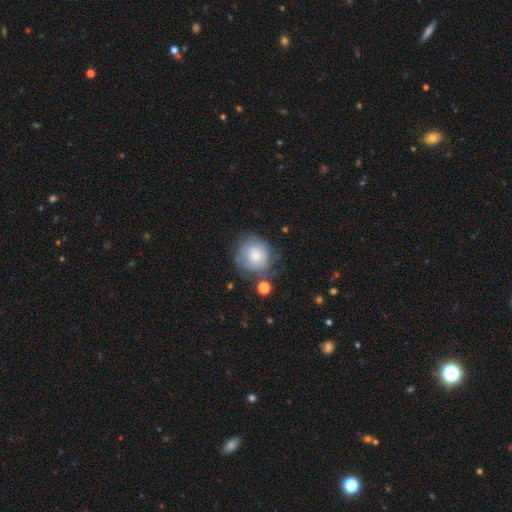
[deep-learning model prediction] smooth-or-featured: smooth: 65% | featured or disk: 27% | star or artifact: 8%
  how-rounded: round: 85% | in between: 14% | cigar-shaped: 1%
  merging: none: 59% | minor disturbance: 23% | major disturbance: 11% | merger: 7%